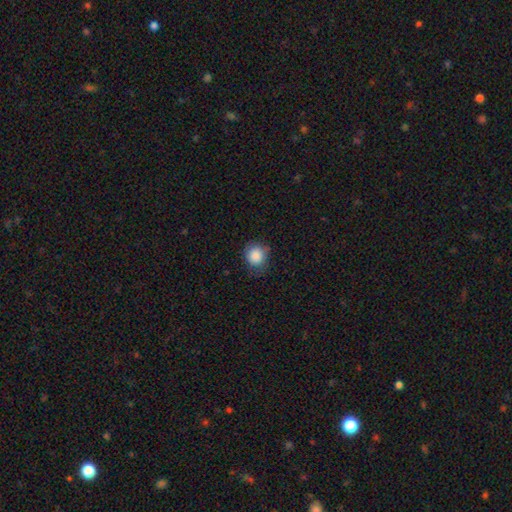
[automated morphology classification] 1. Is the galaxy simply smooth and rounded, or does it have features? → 86% smooth, 8% star or artifact, 6% featured or disk.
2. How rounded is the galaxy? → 84% round, 16% in between, 1% cigar-shaped.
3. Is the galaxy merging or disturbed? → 71% none, 23% minor disturbance, 5% major disturbance, 1% merger.